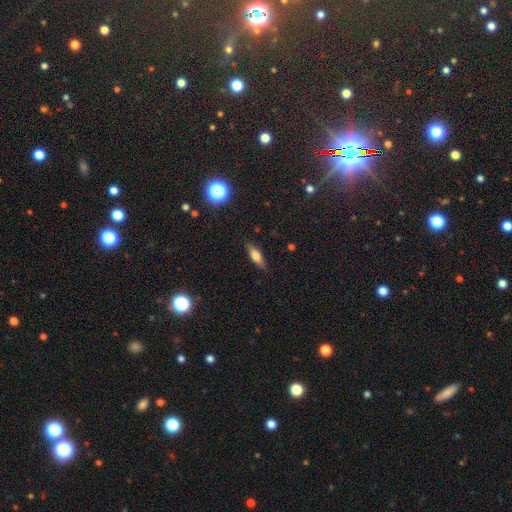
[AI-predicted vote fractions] This appears to be a smooth galaxy with no disk features (57%) that is in between round and cigar-shaped (50%). Merging: none (85%).